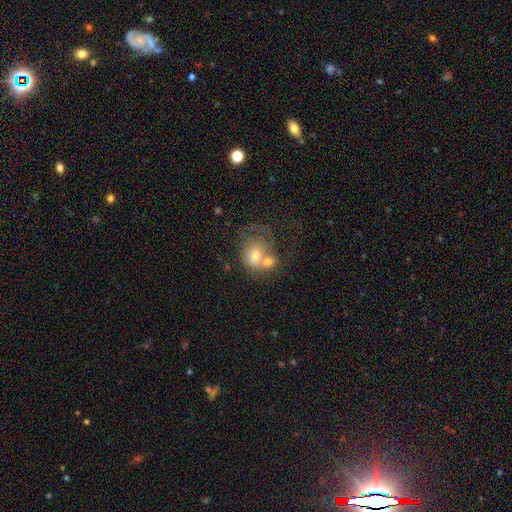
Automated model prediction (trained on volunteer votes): This appears to be a smooth galaxy with no disk features (55%) that is round (62%). Merging: merger (65%).